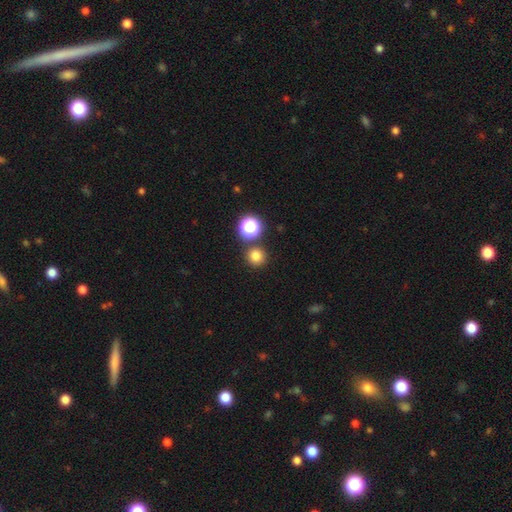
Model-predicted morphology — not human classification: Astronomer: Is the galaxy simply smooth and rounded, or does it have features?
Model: smooth — 78%.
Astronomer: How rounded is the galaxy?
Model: round — 95%.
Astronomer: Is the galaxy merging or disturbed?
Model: none — 84%.